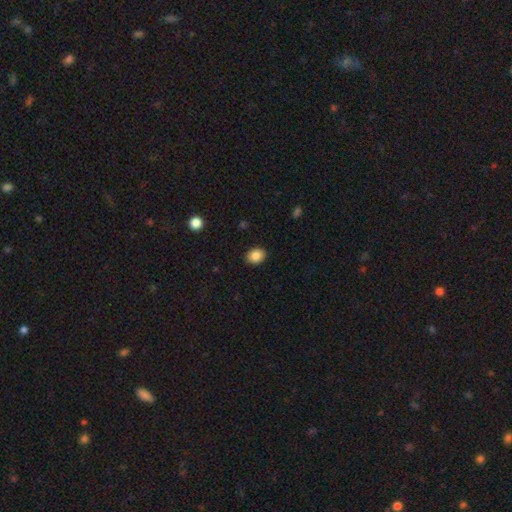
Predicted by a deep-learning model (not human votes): The model was most divided on "how rounded": in between: 60%, round: 39%, cigar-shaped: 1%. More confident: merging — none (90%); smooth or featured — smooth (87%).